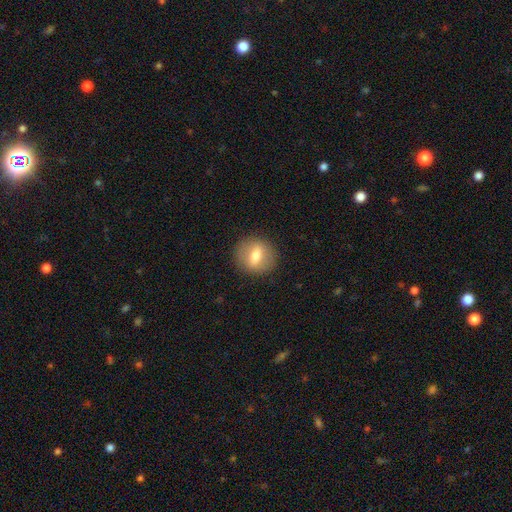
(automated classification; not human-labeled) The model was most divided on "smooth or featured": smooth: 60%, featured or disk: 31%, star or artifact: 9%. More confident: merging — none (87%); how rounded — round (76%).